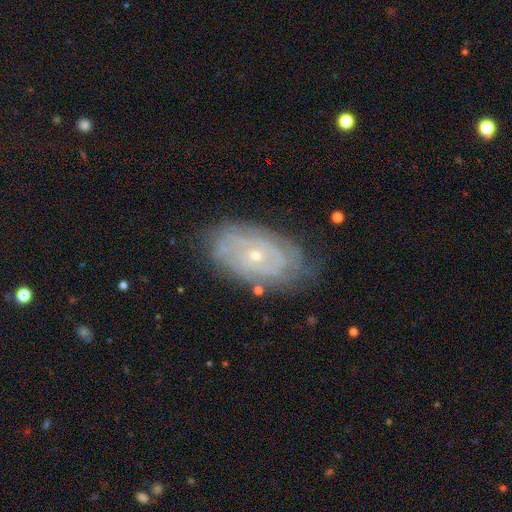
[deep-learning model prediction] Smooth or featured: featured or disk — 78% (smooth — 15%)
Edge-on disk: no — 95% (yes — 5%)
Bar: no — 80% (weak — 16%)
Spiral arms: yes — 86% (no — 14%)
Spiral winding: tight — 75% (medium — 20%)
Spiral arm count: can't tell — 51% (2 — 18%)
Bulge size: small — 74% (moderate — 23%)
Merging: none — 71% (minor disturbance — 21%)